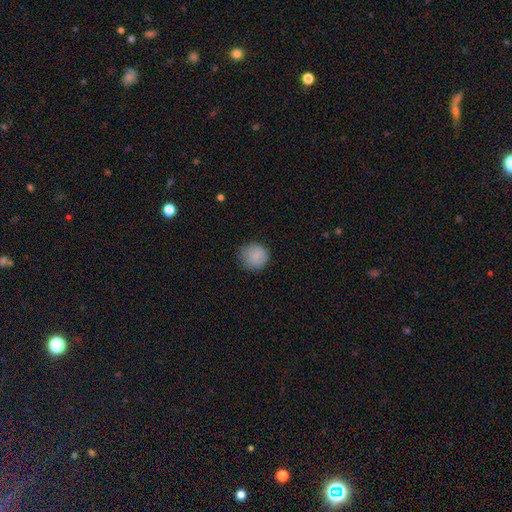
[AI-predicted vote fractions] smooth_or_featured: smooth (p=0.85) [alt: star or artifact p=0.09]
how_rounded: round (p=0.87) [alt: in between p=0.12]
merging: none (p=0.75) [alt: minor disturbance p=0.19]